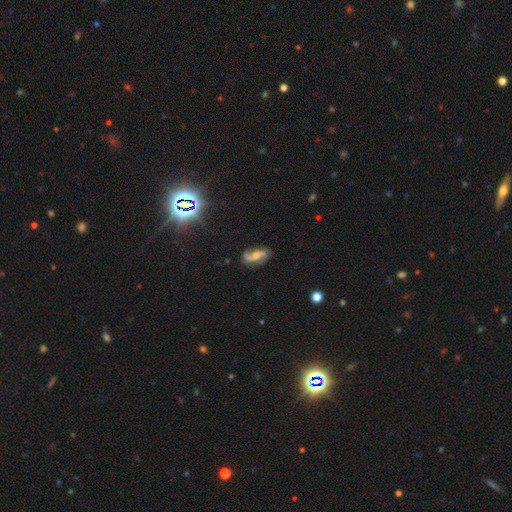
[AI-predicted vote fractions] A featured or disk galaxy (80%) with no bar (47%), 2 (90%) loose (43%) spiral arms (96%) and a moderate central bulge (51%). Merging: none (77%).